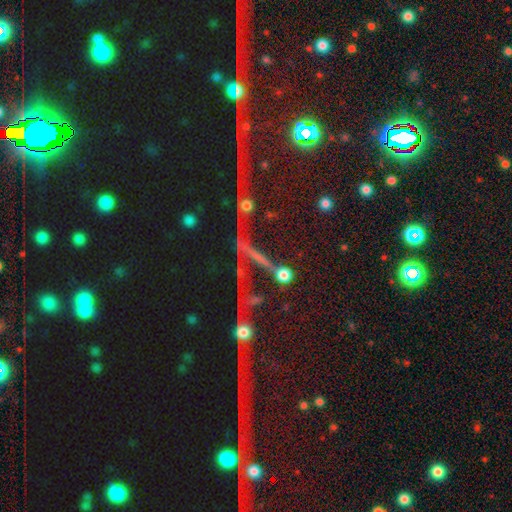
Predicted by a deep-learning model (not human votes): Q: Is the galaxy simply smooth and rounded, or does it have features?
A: star or artifact — 57%.